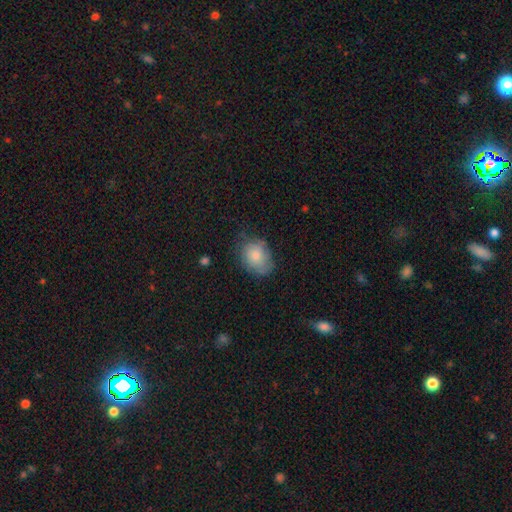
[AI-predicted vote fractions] This appears to be a smooth galaxy with no disk features (77%) that is in between round and cigar-shaped (64%). Merging: none (62%).